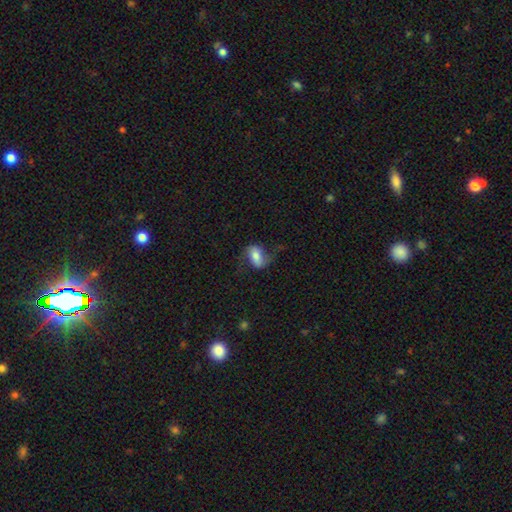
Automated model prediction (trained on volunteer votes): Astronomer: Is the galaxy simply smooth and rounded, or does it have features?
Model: smooth — 47% (runner-up: featured or disk, 45%).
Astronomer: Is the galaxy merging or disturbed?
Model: none — 56%.